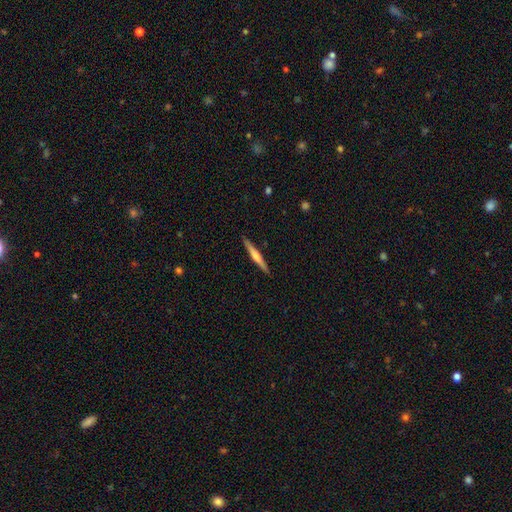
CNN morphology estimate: Smooth or featured?
  - featured or disk: 52% *
  - smooth: 42%
  - star or artifact: 5%
Edge-on disk?
  - yes: 97% *
  - no: 3%
Edge-on bulge?
  - rounded: 64% *
  - none: 24%
  - boxy: 12%
Merging?
  - none: 91% *
  - minor disturbance: 7%
  - major disturbance: 1%
  - merger: 1%